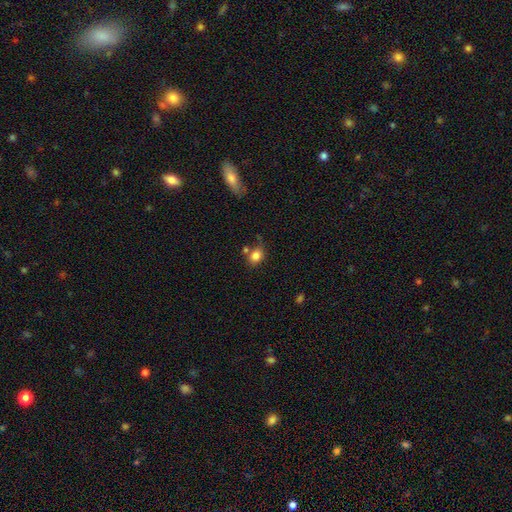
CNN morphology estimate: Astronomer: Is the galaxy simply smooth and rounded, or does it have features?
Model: smooth — 82%.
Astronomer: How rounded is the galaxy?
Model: in between — 52% (runner-up: round, 47%).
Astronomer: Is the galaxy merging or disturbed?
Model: none — 64%.